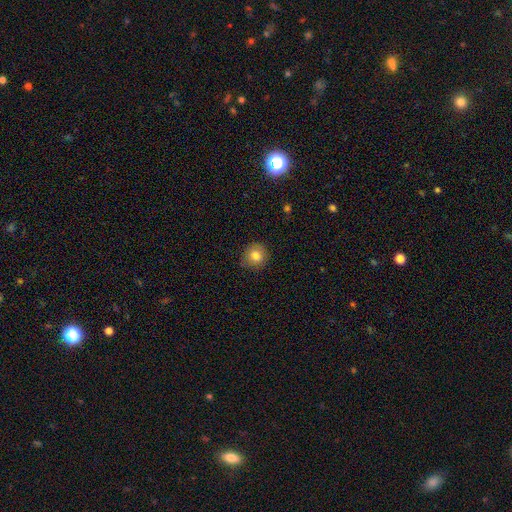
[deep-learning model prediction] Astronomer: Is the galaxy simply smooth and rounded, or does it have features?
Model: smooth — 80%.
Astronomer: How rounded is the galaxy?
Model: round — 88%.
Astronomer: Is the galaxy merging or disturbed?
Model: none — 83%.